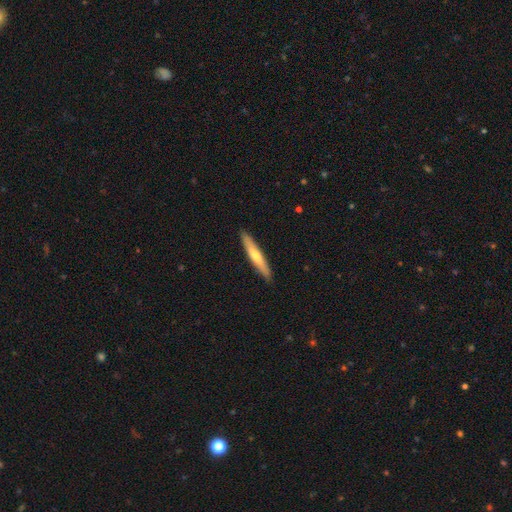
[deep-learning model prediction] A smooth galaxy with no disk features (52%) that is cigar-shaped (92%). Merging: none (89%).